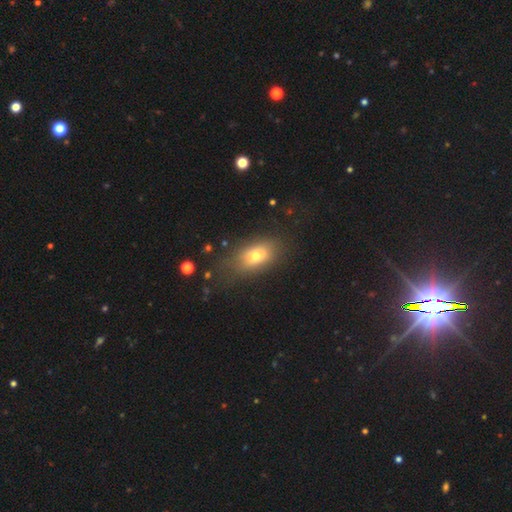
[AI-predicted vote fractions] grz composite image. It shows a smooth galaxy with no disk features (69%) that is in between round and cigar-shaped (82%). Merging: none (68%).